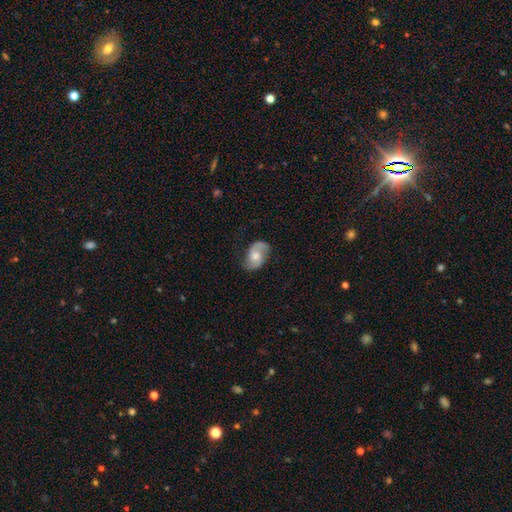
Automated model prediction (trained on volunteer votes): Q: Smooth or featured?
A: featured or disk (65%); runner-up: smooth (28%)
Q: Edge-on disk?
A: no (97%); runner-up: yes (3%)
Q: Bar?
A: no (63%); runner-up: weak (32%)
Q: Spiral arms?
A: yes (92%); runner-up: no (8%)
Q: Spiral winding?
A: medium (45%); runner-up: loose (36%)
Q: Spiral arm count?
A: 2 (83%); runner-up: 1 (8%)
Q: Bulge size?
A: moderate (58%); runner-up: small (21%)
Q: Merging?
A: none (67%); runner-up: minor disturbance (22%)